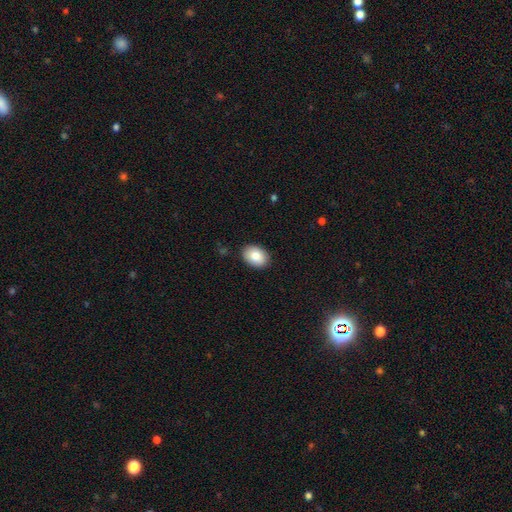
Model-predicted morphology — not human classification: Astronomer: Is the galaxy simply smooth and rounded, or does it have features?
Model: smooth — 84%.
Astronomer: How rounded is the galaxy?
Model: in between — 79%.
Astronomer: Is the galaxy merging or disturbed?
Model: none — 88%.